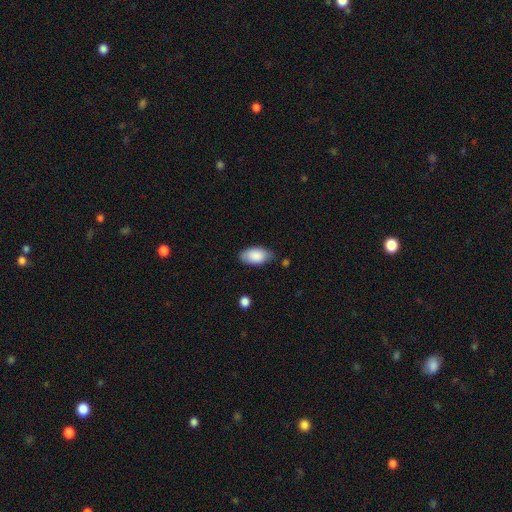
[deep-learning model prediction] Overall: smooth (87%). How rounded: in between (95%). Merging: none (76%).